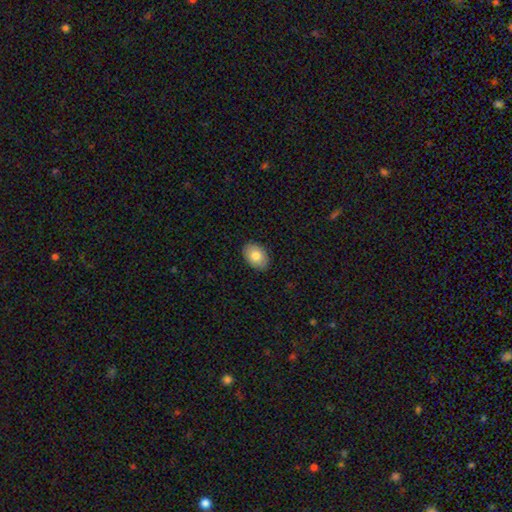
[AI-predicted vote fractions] Q: Smooth or featured?
A: smooth (82%); runner-up: featured or disk (11%)
Q: How rounded?
A: in between (84%); runner-up: round (15%)
Q: Merging?
A: none (89%); runner-up: minor disturbance (8%)